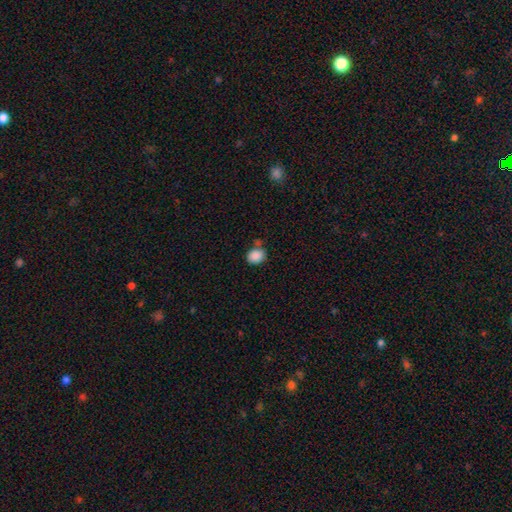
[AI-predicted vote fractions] Smooth or featured?
  - smooth: 88% *
  - star or artifact: 9%
  - featured or disk: 4%
How rounded?
  - round: 59% *
  - in between: 40%
  - cigar-shaped: 1%
Merging?
  - none: 67% *
  - minor disturbance: 16%
  - merger: 13%
  - major disturbance: 5%